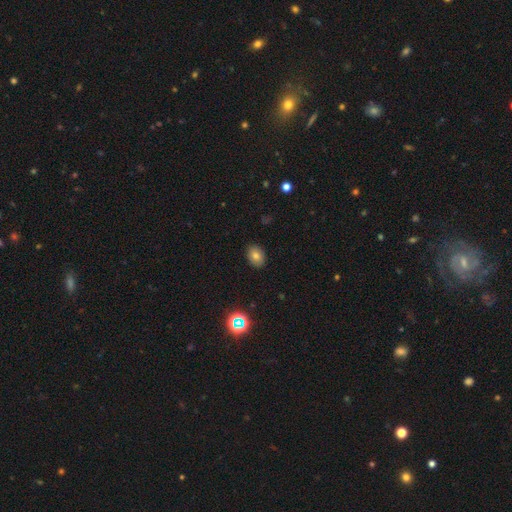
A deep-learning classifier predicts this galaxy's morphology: Smooth or featured? Predicted: smooth (p=0.77). How rounded? Predicted: in between (p=0.65). Merging? Predicted: none (p=0.89).